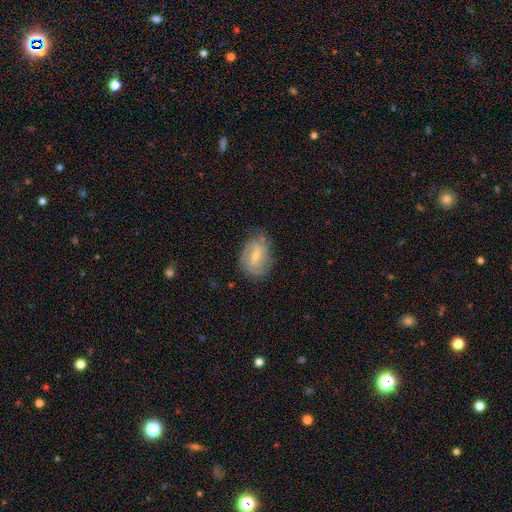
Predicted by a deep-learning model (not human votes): This appears to be a featured or disk galaxy (68%) with a weak bar (55%), 2 (55%) tight (42%) spiral arms (88%) and a small central bulge (53%). Merging: none (74%).